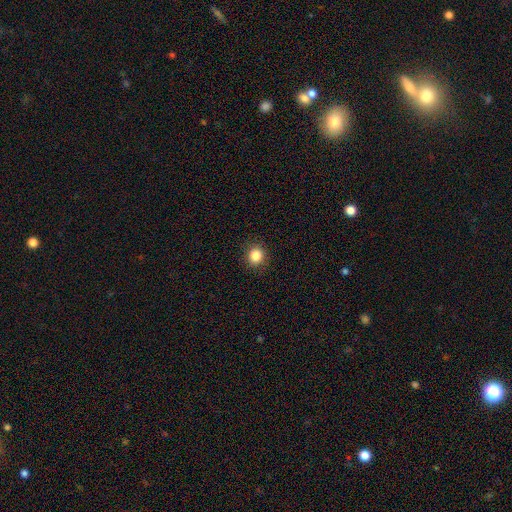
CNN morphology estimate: Overall: smooth (85%). How rounded: round (86%). Merging: none (91%).